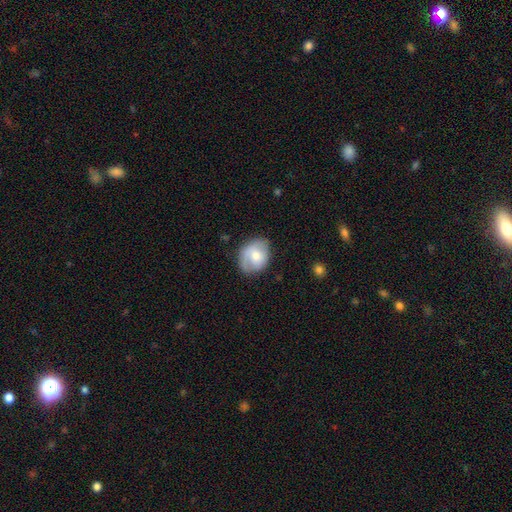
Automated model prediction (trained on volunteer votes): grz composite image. It shows a smooth galaxy with no disk features (55%) that is round (50%). Merging: none (64%).